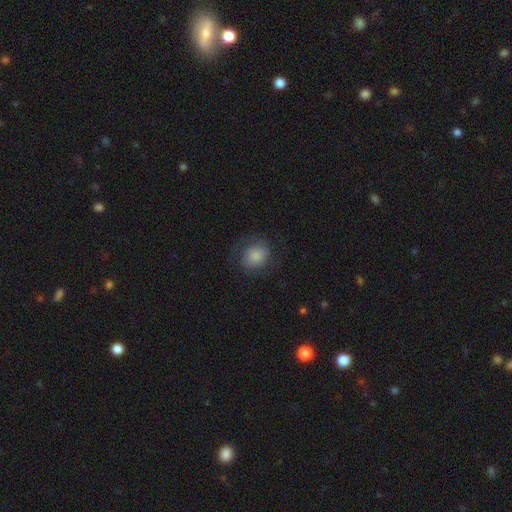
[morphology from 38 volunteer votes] Q: Smooth or featured?
A: smooth (66%); runner-up: featured or disk (32%)
Q: How rounded?
A: in between (64%); runner-up: round (36%)
Q: Merging?
A: none (57%); runner-up: minor disturbance (27%)